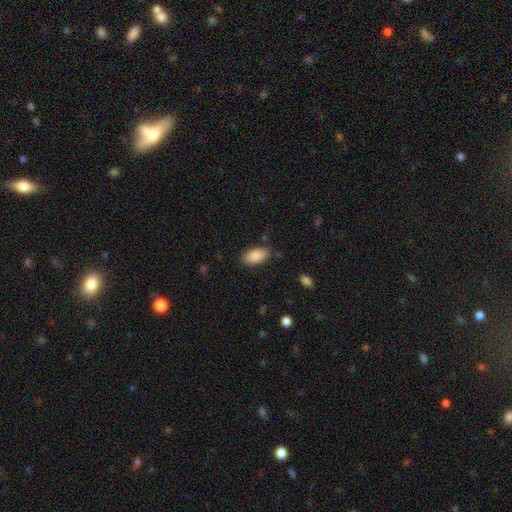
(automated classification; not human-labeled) Smooth or featured? smooth (89%)
How rounded? in between (94%)
Merging? none (83%)